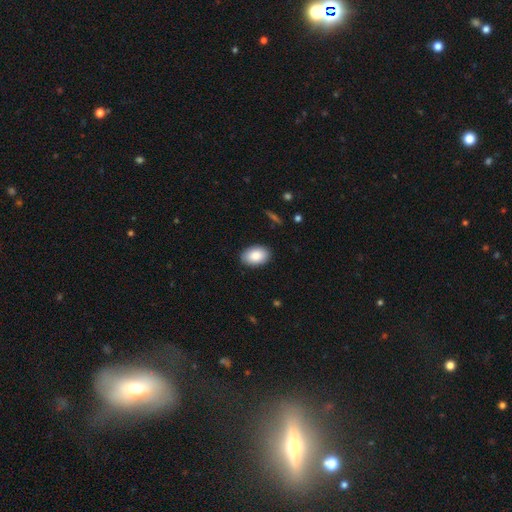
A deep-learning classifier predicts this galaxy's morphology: The model was most divided on "how rounded": in between: 89%, round: 10%, cigar-shaped: 1%. More confident: merging — none (89%); smooth or featured — smooth (87%).